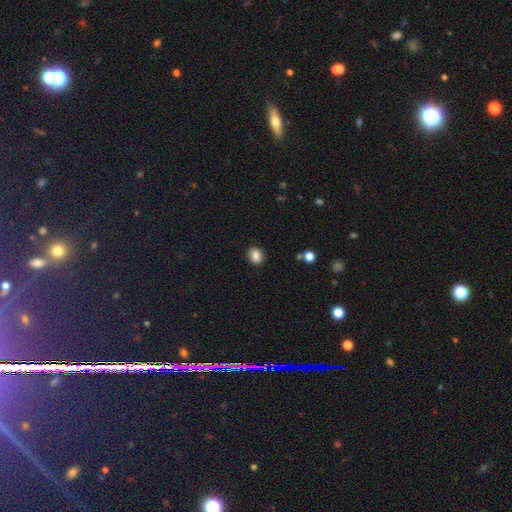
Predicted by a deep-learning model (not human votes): Smooth or featured: smooth — 85% (star or artifact — 10%)
How rounded: round — 51% (in between — 48%)
Merging: none — 89% (minor disturbance — 8%)